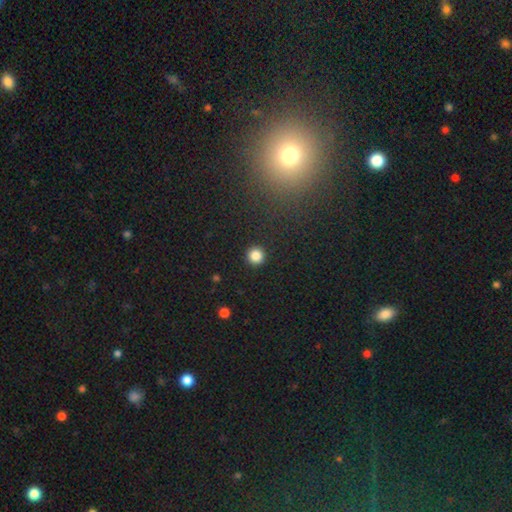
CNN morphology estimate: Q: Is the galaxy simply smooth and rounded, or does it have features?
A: smooth — 85%.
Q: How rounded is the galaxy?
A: round — 96%.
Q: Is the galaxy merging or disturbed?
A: none — 93%.